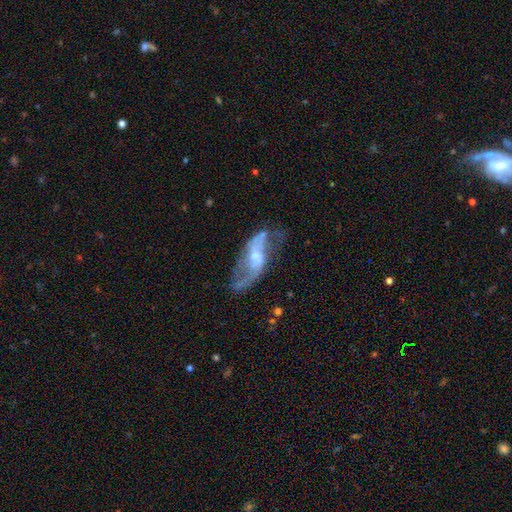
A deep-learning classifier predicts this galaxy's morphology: Smooth or featured? Predicted: featured or disk (p=0.79). Edge-on disk? Predicted: no (p=0.91). Bar? Predicted: weak (p=0.43). Spiral arms? Predicted: yes (p=0.87). Spiral winding? Predicted: loose (p=0.65). Spiral arm count? Predicted: 2 (p=0.84). Bulge size? Predicted: small (p=0.46). Merging? Predicted: none (p=0.56).